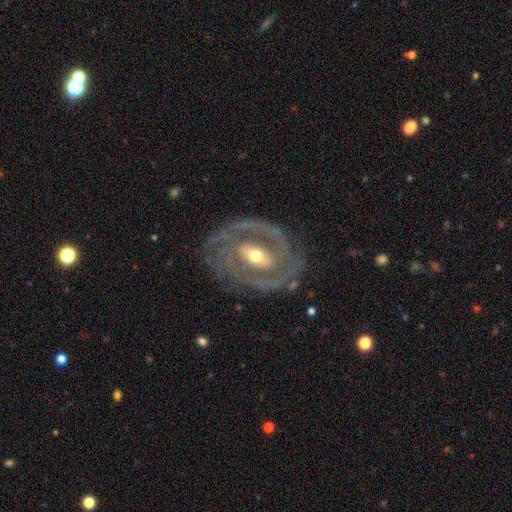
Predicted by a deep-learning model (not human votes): A featured or disk galaxy (84%) with a weak bar (38%), 2 (64%) tight (57%) spiral arms (78%) and a moderate central bulge (61%).

Vote fractions:
- Smooth or featured? featured or disk: 84% / smooth: 10% / star or artifact: 7%
- Edge-on disk? no: 95% / yes: 5%
- Bar? weak: 38% / strong: 36% / no: 26%
- Spiral arms? yes: 78% / no: 22%
- Spiral winding? tight: 57% / medium: 33% / loose: 10%
- Spiral arm count? 2: 64% / can't tell: 18% / 3: 7% / 1: 6% / 4: 3% / more than 4: 2%
- Bulge size? moderate: 61% / small: 32% / large: 5% / dominant: 1% / none: 1%
- Merging? none: 77% / minor disturbance: 14% / major disturbance: 7% / merger: 2%